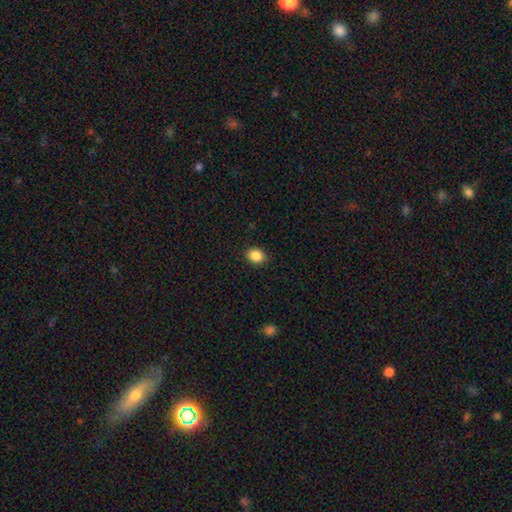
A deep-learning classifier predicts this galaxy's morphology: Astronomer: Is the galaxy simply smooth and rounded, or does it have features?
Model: smooth — 86%.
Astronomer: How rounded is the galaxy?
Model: round — 60% (runner-up: in between, 39%).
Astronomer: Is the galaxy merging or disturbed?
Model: none — 89%.